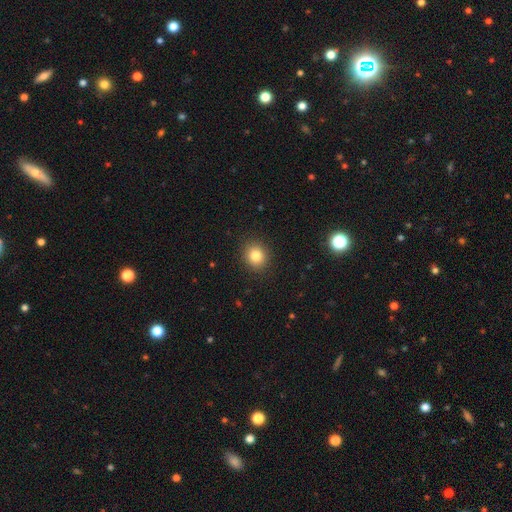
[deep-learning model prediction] smooth-or-featured: smooth: 82% | star or artifact: 11% | featured or disk: 6%
  how-rounded: round: 79% | in between: 20% | cigar-shaped: 1%
  merging: none: 91% | minor disturbance: 6% | major disturbance: 2% | merger: 1%